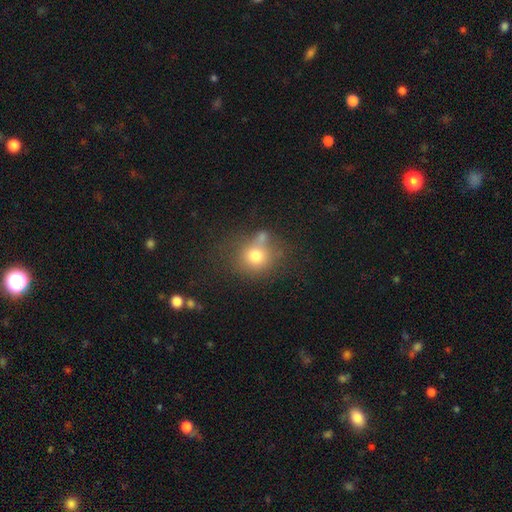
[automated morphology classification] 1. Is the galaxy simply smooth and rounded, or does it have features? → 74% smooth, 13% star or artifact, 13% featured or disk.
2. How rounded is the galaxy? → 77% round, 22% in between, 1% cigar-shaped.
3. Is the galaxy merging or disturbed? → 53% none, 22% merger, 17% minor disturbance, 9% major disturbance.